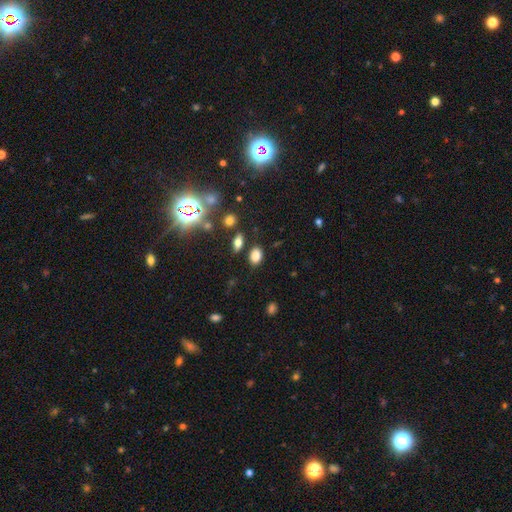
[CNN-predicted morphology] This is likely a smooth galaxy (80%). How rounded: likely in between (79%). Merging: likely none (79%).